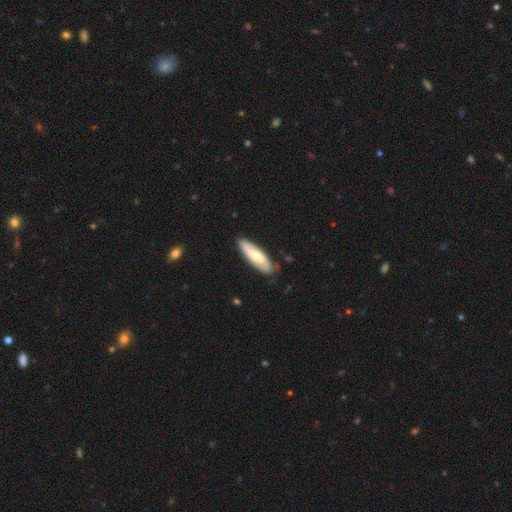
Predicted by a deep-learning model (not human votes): This is possibly a smooth galaxy (49%). Merging: clearly none (81%).